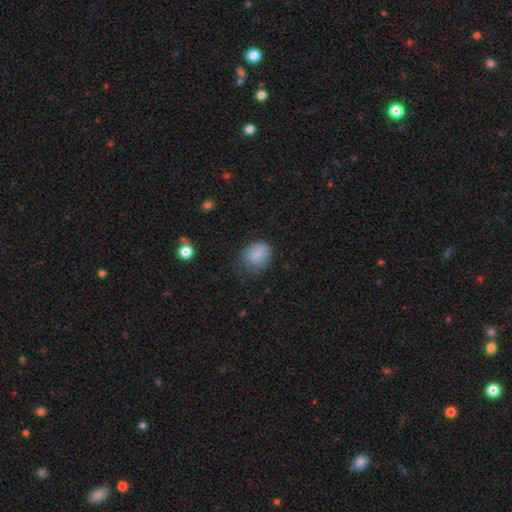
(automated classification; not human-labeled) smooth 84%, star or artifact 8%, featured or disk 8%. Down the decision tree: how rounded — round (56%); merging — none (60%).